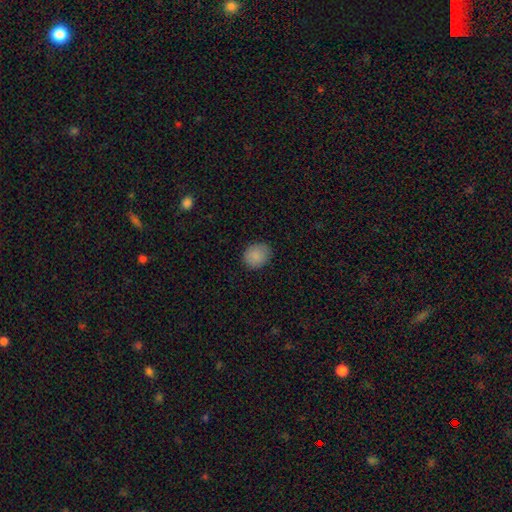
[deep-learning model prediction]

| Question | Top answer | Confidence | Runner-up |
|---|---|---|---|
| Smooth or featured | smooth | 87% | star or artifact (9%) |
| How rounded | round | 67% | in between (32%) |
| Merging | none | 83% | minor disturbance (14%) |